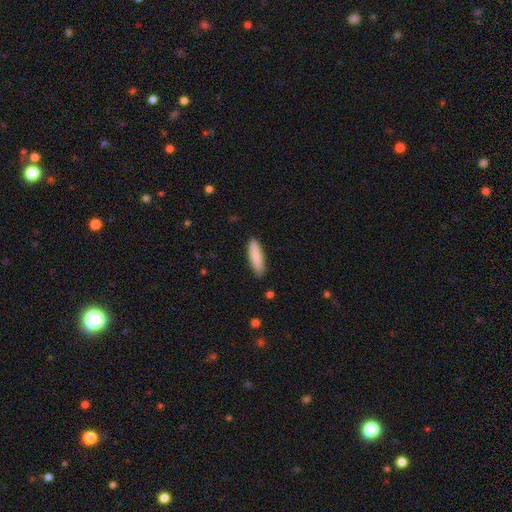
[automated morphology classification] The model was most divided on "how rounded": cigar-shaped: 68%, in between: 30%, round: 1%. More confident: merging — none (89%); smooth or featured — smooth (86%).